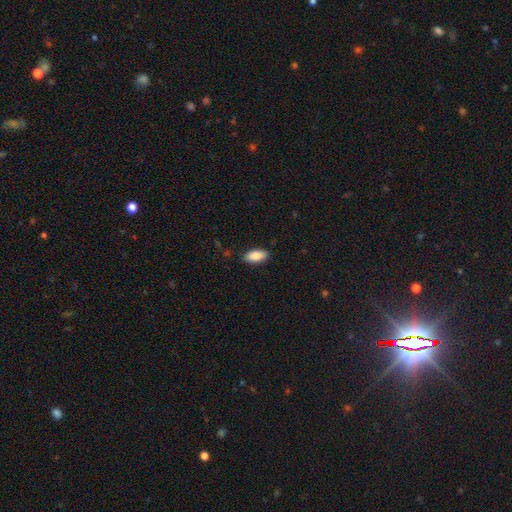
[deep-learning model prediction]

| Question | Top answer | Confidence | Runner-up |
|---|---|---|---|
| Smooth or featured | smooth | 87% | star or artifact (6%) |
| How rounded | in between | 89% | cigar-shaped (9%) |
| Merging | none | 87% | minor disturbance (10%) |